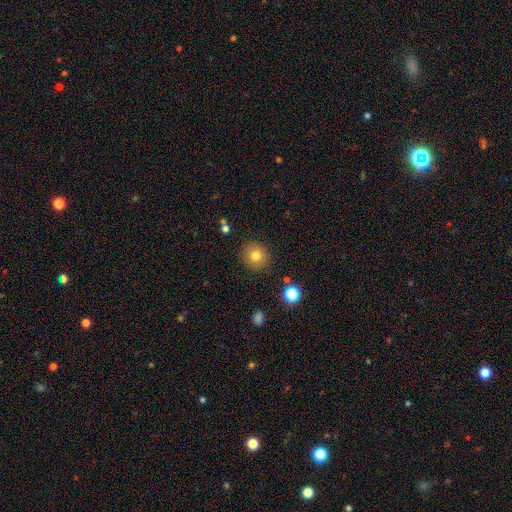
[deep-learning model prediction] A smooth galaxy with no disk features (78%) that is round (90%).

Vote fractions:
- Smooth or featured? smooth: 78% / star or artifact: 11% / featured or disk: 10%
- How rounded? round: 90% / in between: 9% / cigar-shaped: 1%
- Merging? none: 89% / minor disturbance: 7% / major disturbance: 2% / merger: 2%